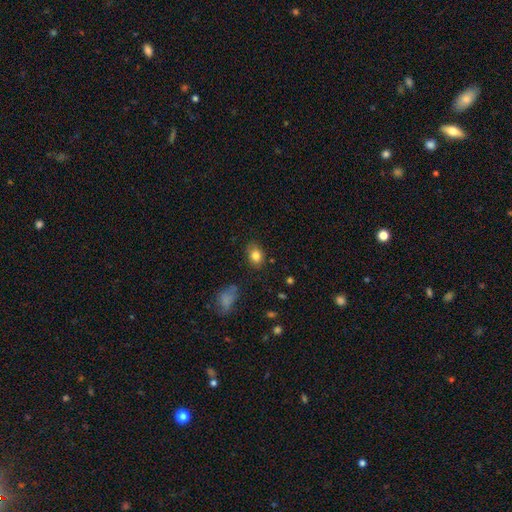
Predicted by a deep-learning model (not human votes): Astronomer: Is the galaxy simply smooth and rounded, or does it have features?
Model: smooth — 82%.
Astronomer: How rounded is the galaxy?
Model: in between — 65%.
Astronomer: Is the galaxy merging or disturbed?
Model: none — 81%.